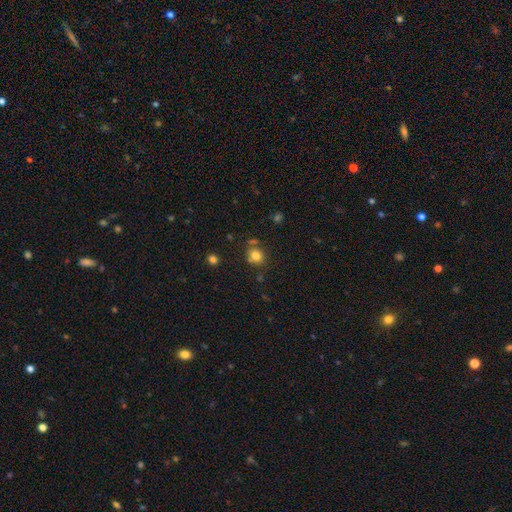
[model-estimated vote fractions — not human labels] A smooth galaxy with no disk features (79%) that is round (79%). Merging: none (73%).